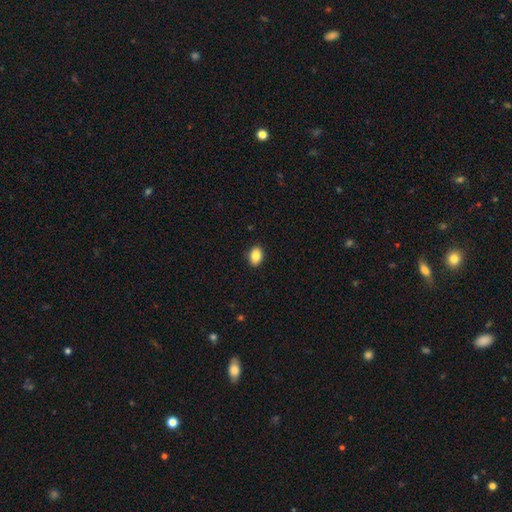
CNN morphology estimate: Smooth or featured? smooth (87%)
How rounded? in between (80%)
Merging? none (90%)